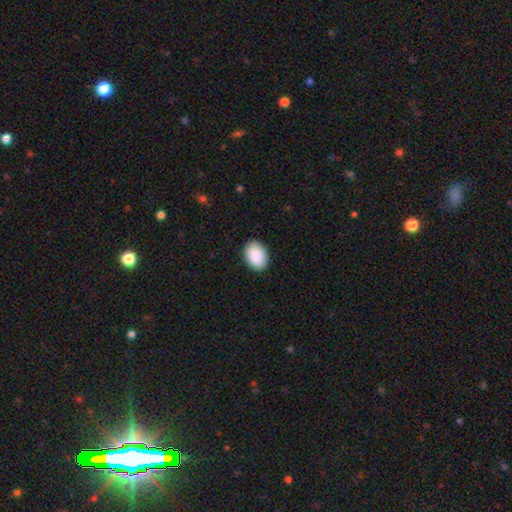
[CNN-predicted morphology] Smooth or featured? Predicted: smooth (p=0.90). How rounded? Predicted: in between (p=0.79). Merging? Predicted: none (p=0.89).